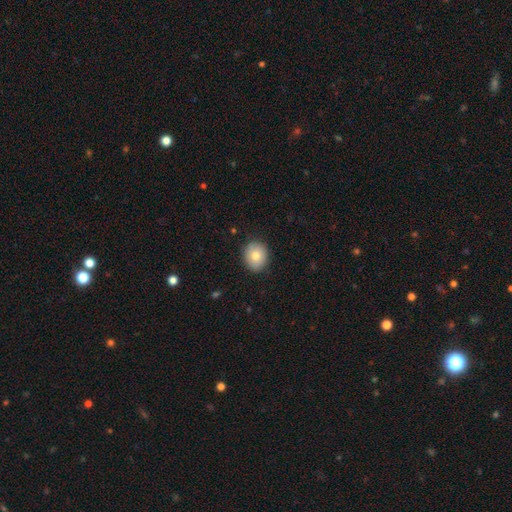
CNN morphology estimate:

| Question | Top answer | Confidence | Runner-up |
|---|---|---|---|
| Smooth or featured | smooth | 79% | featured or disk (13%) |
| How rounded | round | 68% | in between (31%) |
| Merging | none | 87% | minor disturbance (10%) |